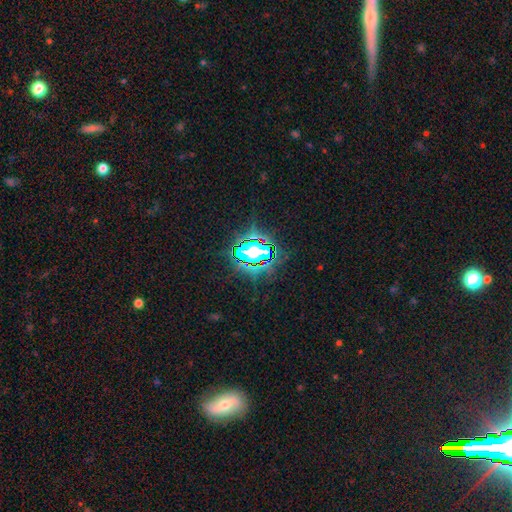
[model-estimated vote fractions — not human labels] Smooth or featured? star or artifact (78%)